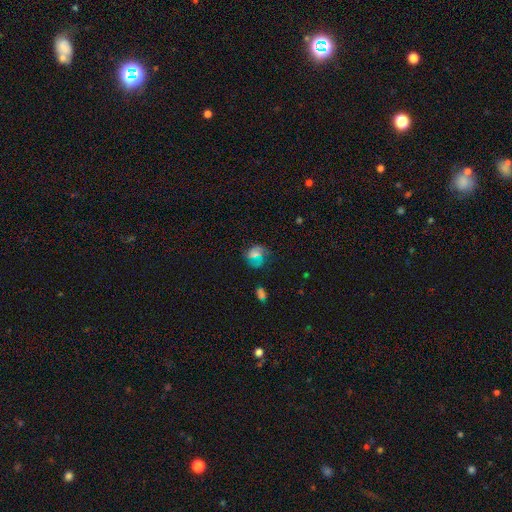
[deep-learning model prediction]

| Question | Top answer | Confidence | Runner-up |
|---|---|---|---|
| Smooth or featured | smooth | 44% | featured or disk (41%) |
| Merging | none | 62% | minor disturbance (22%) |